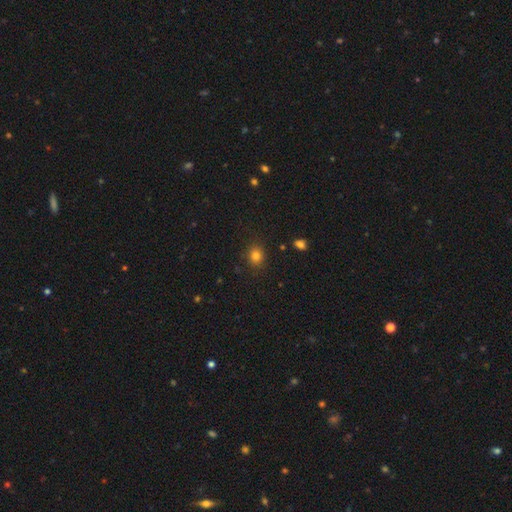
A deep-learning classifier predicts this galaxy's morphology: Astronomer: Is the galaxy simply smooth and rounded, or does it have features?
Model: smooth — 82%.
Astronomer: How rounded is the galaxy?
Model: round — 69%.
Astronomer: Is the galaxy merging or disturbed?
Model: none — 87%.